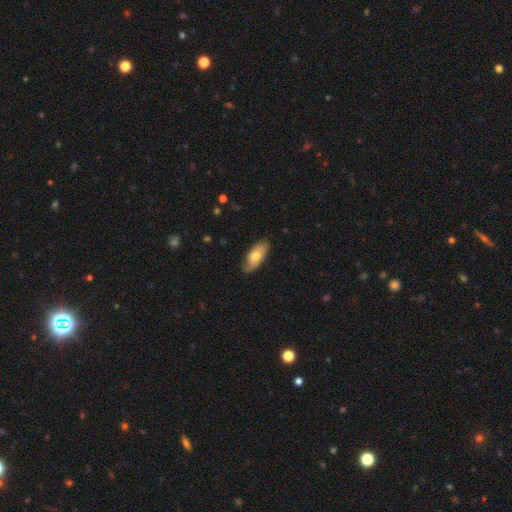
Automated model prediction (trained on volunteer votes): Q: Smooth or featured?
A: smooth (56%); runner-up: featured or disk (38%)
Q: How rounded?
A: in between (88%); runner-up: cigar-shaped (9%)
Q: Merging?
A: none (72%); runner-up: minor disturbance (23%)